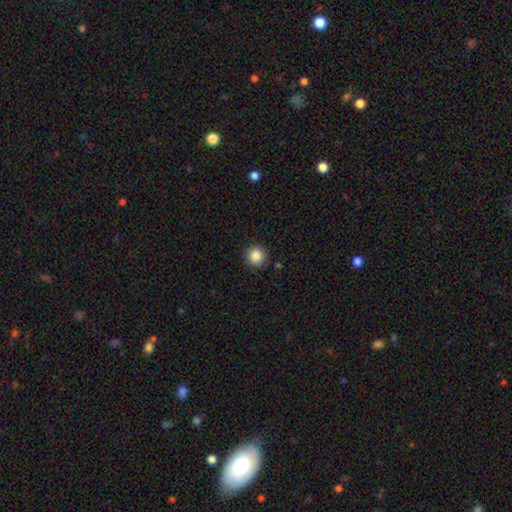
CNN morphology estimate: This appears to be a smooth galaxy with no disk features (87%) that is round (95%). Merging: none (91%).